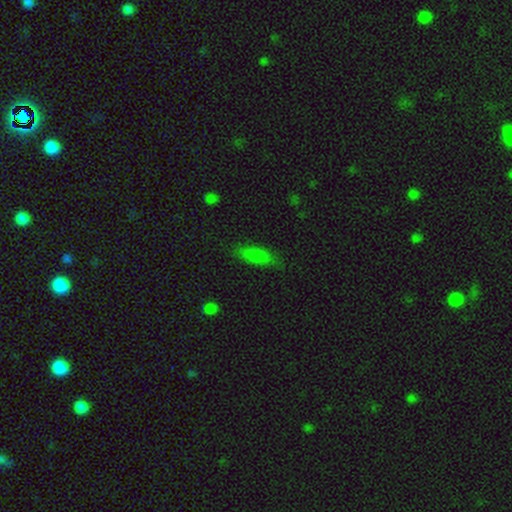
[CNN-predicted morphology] smooth_or_featured: smooth (p=0.82) [alt: star or artifact p=0.10]
how_rounded: in between (p=0.72) [alt: cigar-shaped p=0.26]
merging: none (p=0.80) [alt: minor disturbance p=0.16]